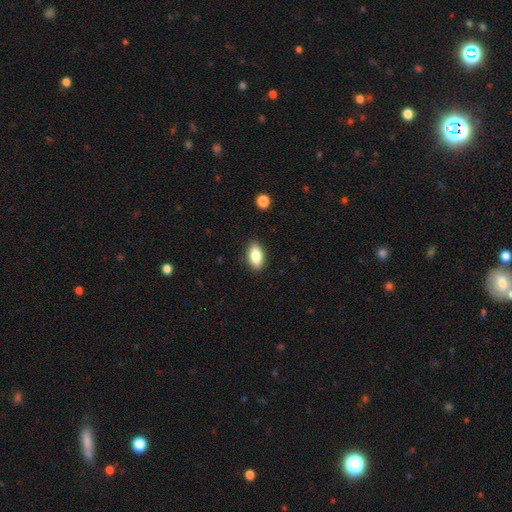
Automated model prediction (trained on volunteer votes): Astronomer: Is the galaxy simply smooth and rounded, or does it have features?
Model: smooth — 83%.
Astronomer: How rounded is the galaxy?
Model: in between — 89%.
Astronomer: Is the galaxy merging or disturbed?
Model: none — 87%.